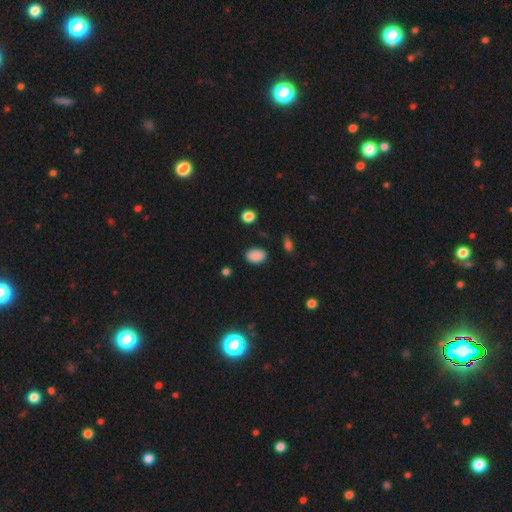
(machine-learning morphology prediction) The model was most divided on "how rounded": in between: 82%, round: 17%, cigar-shaped: 1%. More confident: smooth or featured — smooth (87%); merging — none (84%).